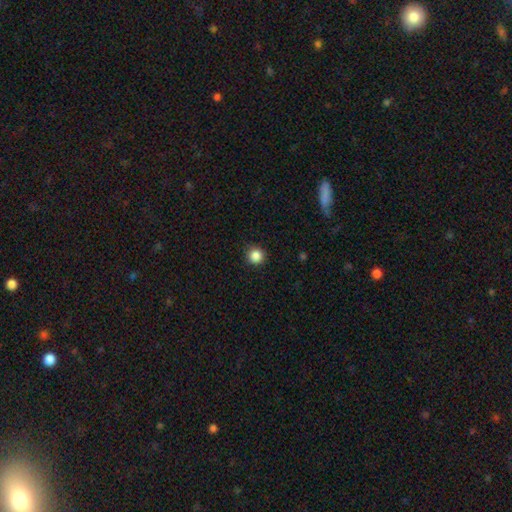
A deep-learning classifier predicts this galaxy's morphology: Overall: smooth (86%). How rounded: round (94%). Merging: none (88%).